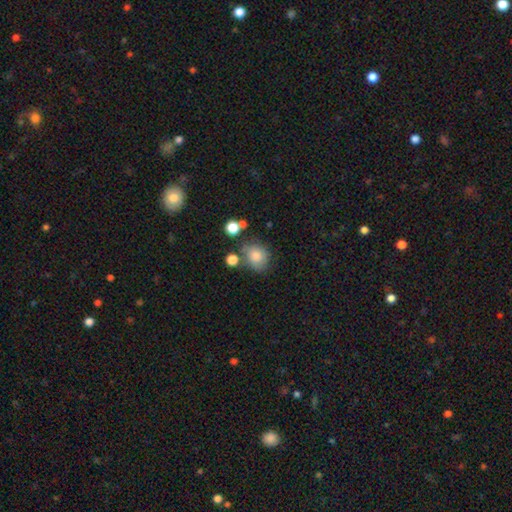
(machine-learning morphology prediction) Smooth or featured? Predicted: smooth (p=0.79). How rounded? Predicted: round (p=0.69). Merging? Predicted: none (p=0.64).